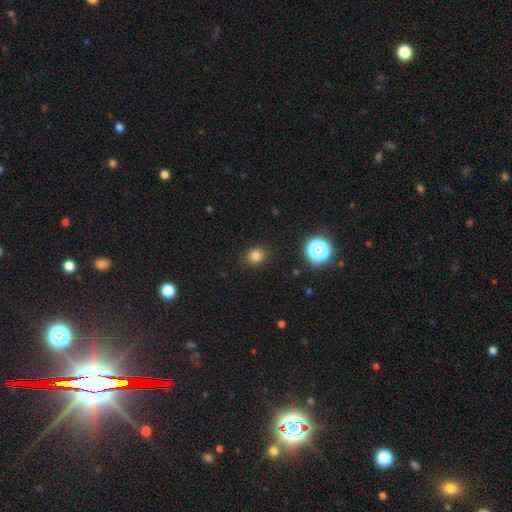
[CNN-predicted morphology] Smooth or featured? smooth (79%)
How rounded? round (70%)
Merging? none (88%)